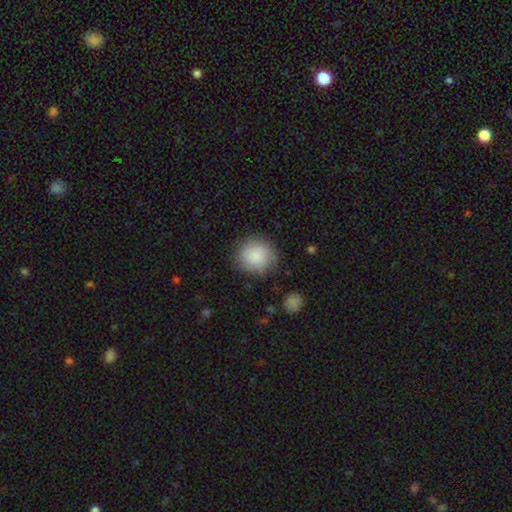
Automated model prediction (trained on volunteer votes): smooth_or_featured: smooth (p=0.84) [alt: featured or disk p=0.09]
how_rounded: round (p=0.91) [alt: in between p=0.08]
merging: none (p=0.82) [alt: minor disturbance p=0.13]